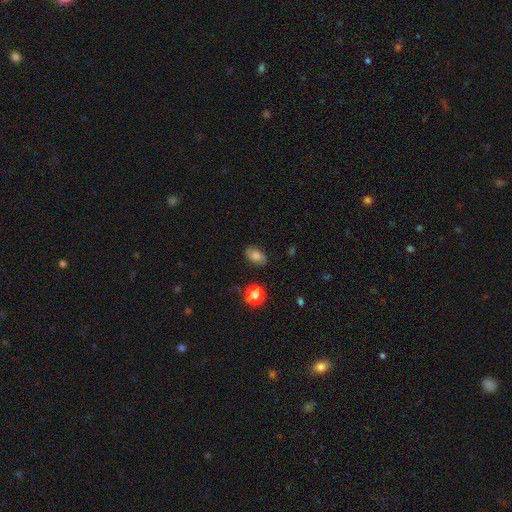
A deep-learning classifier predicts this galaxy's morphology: type=smooth (73%); roundness=in between (87%); merging=none (81%).